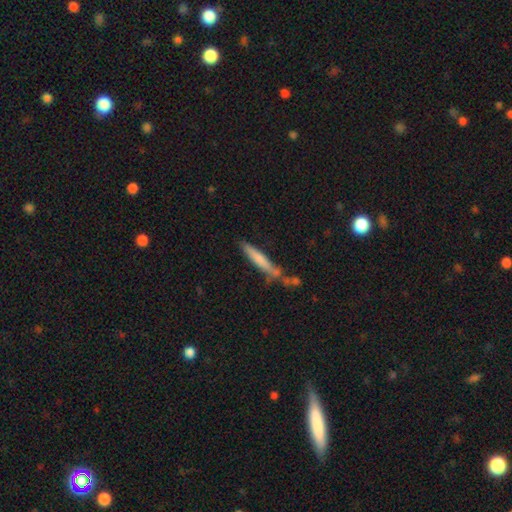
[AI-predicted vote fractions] Smooth or featured? smooth (62%)
How rounded? cigar-shaped (93%)
Merging? none (63%)